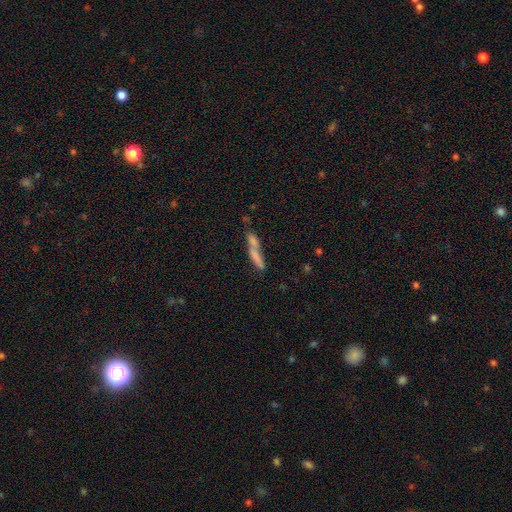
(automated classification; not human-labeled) Smooth or featured? smooth (70%)
How rounded? cigar-shaped (76%)
Merging? merger (55%)